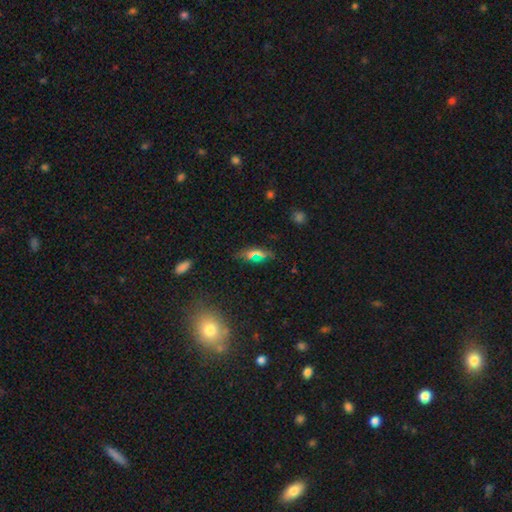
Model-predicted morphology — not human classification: type=smooth (55%); roundness=in between (71%); merging=none (75%).